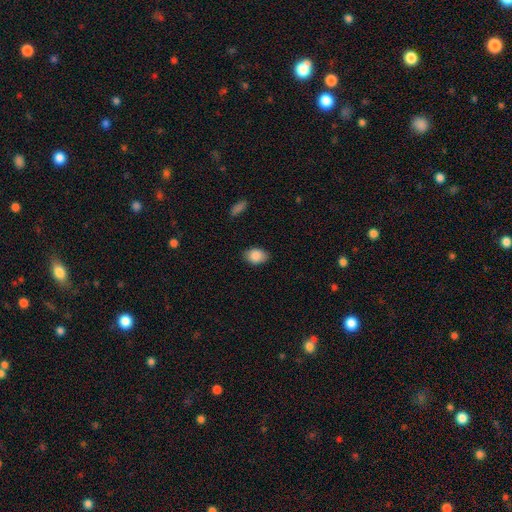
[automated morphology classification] Q: Smooth or featured?
A: smooth (88%); runner-up: star or artifact (7%)
Q: How rounded?
A: in between (78%); runner-up: round (21%)
Q: Merging?
A: none (83%); runner-up: minor disturbance (13%)